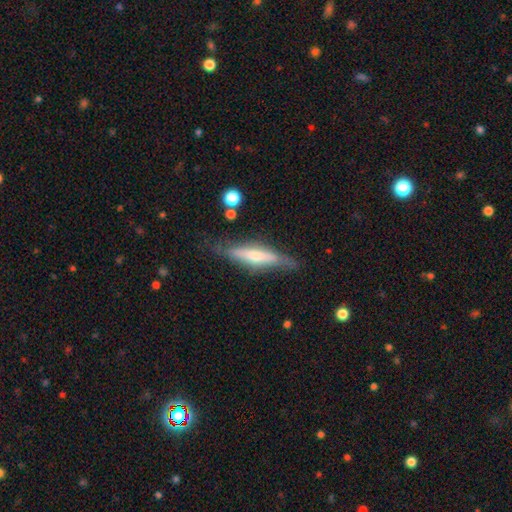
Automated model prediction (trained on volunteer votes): Smooth or featured? featured or disk (55%)
Edge-on disk? yes (87%)
Merging? none (73%)